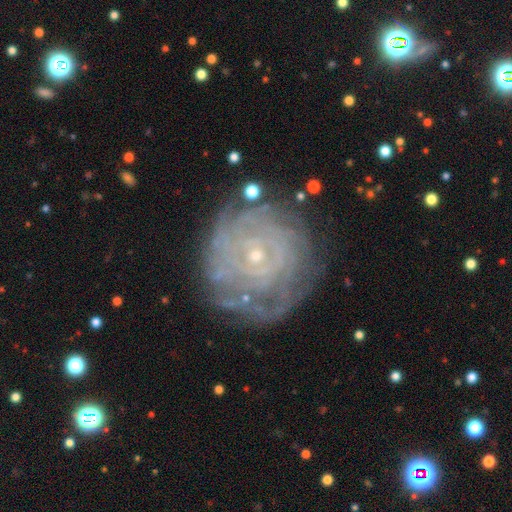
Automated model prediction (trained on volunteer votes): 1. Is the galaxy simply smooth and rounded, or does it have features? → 82% featured or disk, 11% smooth, 8% star or artifact.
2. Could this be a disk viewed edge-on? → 97% no, 3% yes.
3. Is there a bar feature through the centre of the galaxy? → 74% no, 20% weak, 6% strong.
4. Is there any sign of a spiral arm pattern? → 90% yes, 10% no.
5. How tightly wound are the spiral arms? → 84% tight, 13% medium, 4% loose.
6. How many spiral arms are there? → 46% can't tell, 15% 4, 11% 3, 11% 2, 11% more than 4, 6% 1.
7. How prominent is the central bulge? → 84% small, 13% moderate, 2% none, 1% large, 1% dominant.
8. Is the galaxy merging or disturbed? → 73% none, 17% minor disturbance, 8% major disturbance, 2% merger.